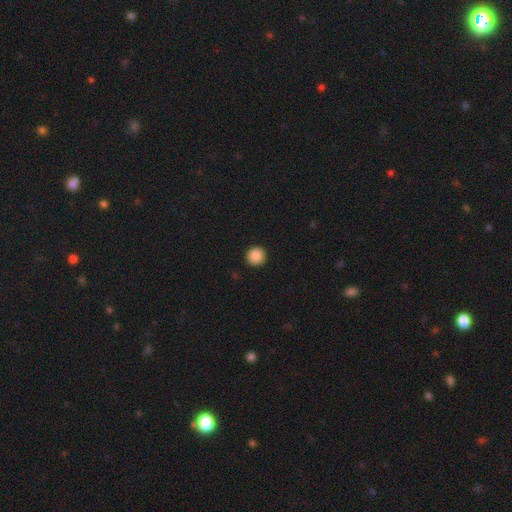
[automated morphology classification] smooth_or_featured: smooth (p=0.88) [alt: star or artifact p=0.09]
how_rounded: round (p=0.95) [alt: in between p=0.04]
merging: none (p=0.93) [alt: minor disturbance p=0.05]